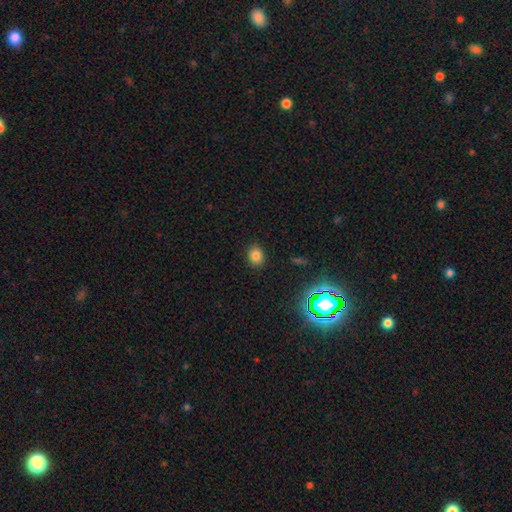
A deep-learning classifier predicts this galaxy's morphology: smooth-or-featured: smooth: 81% | star or artifact: 13% | featured or disk: 6%
  how-rounded: round: 57% | in between: 42% | cigar-shaped: 1%
  merging: none: 89% | minor disturbance: 8% | major disturbance: 2% | merger: 1%